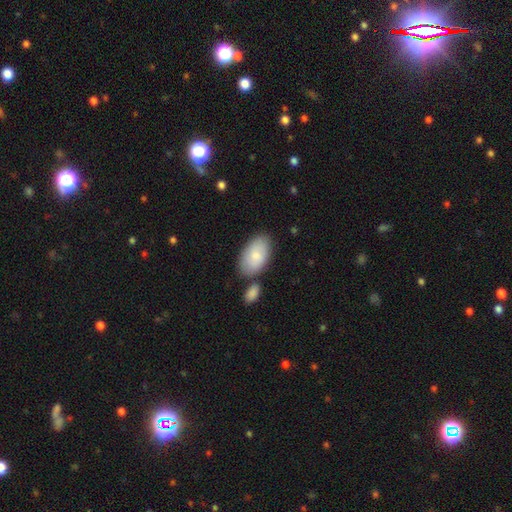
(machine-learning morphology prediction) A smooth galaxy with no disk features (82%) that is in between round and cigar-shaped (95%).

Vote fractions:
- Smooth or featured? smooth: 82% / featured or disk: 13% / star or artifact: 5%
- How rounded? in between: 95% / round: 4% / cigar-shaped: 2%
- Merging? none: 68% / minor disturbance: 15% / merger: 14% / major disturbance: 4%